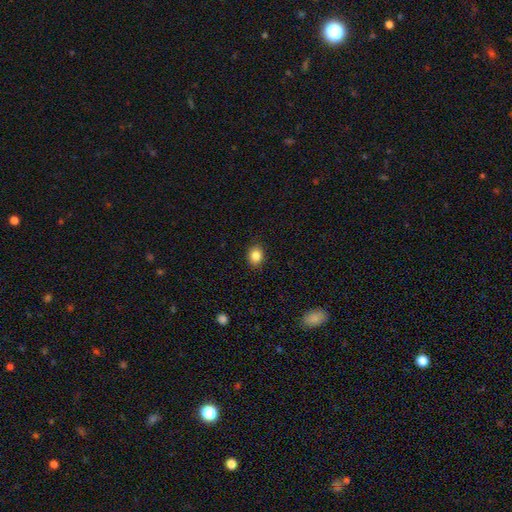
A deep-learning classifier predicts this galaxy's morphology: smooth 85%, star or artifact 10%, featured or disk 5%. Down the decision tree: how rounded — round (59%); merging — none (90%).